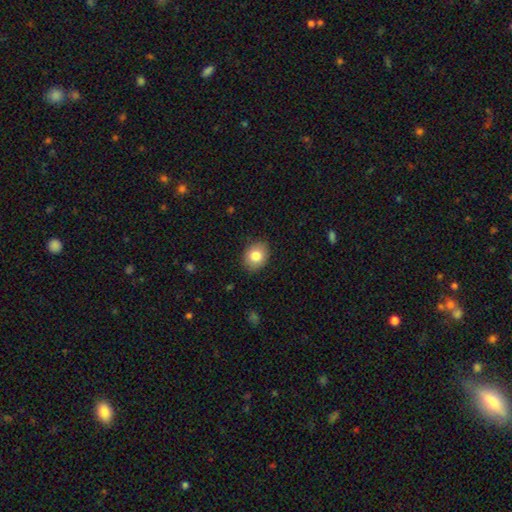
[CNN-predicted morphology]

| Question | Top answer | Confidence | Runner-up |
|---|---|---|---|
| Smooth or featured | smooth | 83% | featured or disk (9%) |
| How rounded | in between | 50% | round (49%) |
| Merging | none | 87% | minor disturbance (10%) |